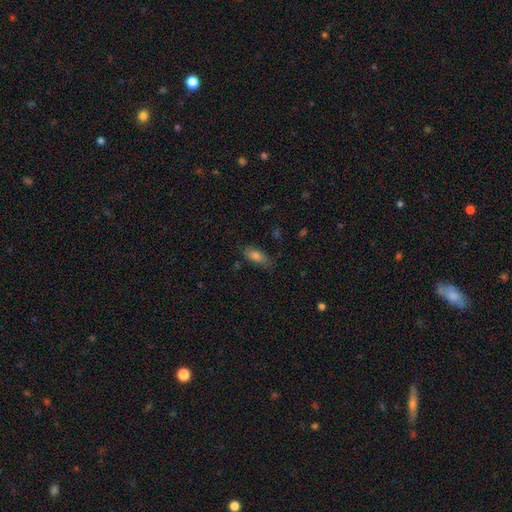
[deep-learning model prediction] Smooth or featured? Predicted: smooth (p=0.76). How rounded? Predicted: in between (p=0.80). Merging? Predicted: none (p=0.72).